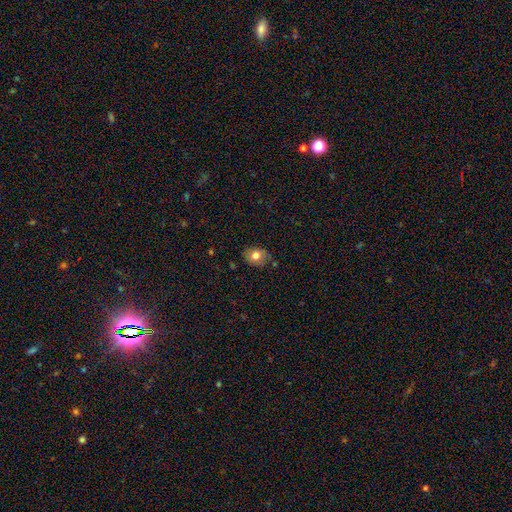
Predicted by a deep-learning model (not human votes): This appears to be a smooth galaxy with no disk features (78%) that is in between round and cigar-shaped (54%). Merging: none (76%).